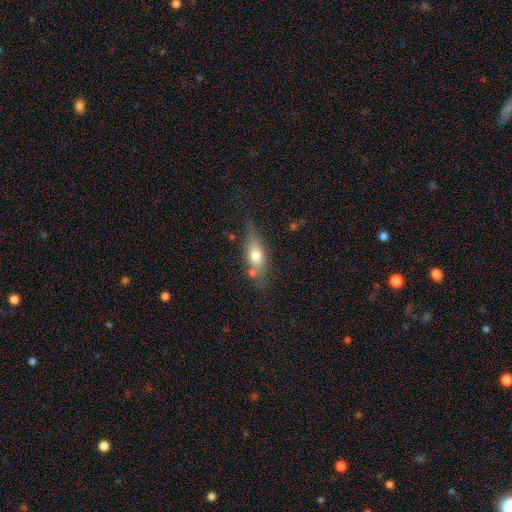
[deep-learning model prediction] Smooth or featured?
  - smooth: 61% *
  - featured or disk: 31%
  - star or artifact: 7%
How rounded?
  - in between: 63% *
  - cigar-shaped: 32%
  - round: 5%
Merging?
  - none: 62% *
  - minor disturbance: 22%
  - merger: 9%
  - major disturbance: 7%